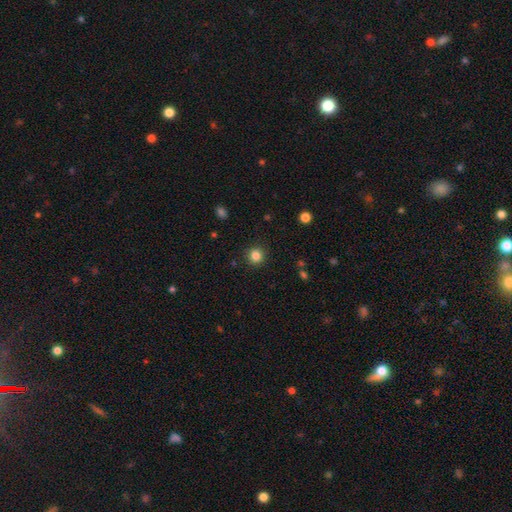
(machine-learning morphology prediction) smooth 83%, star or artifact 12%, featured or disk 5%. Down the decision tree: how rounded — round (93%); merging — none (91%).